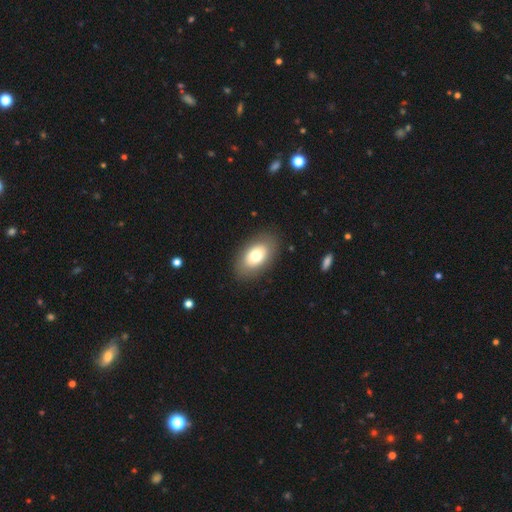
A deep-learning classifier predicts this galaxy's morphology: type=smooth (70%); roundness=in between (90%); merging=none (87%).